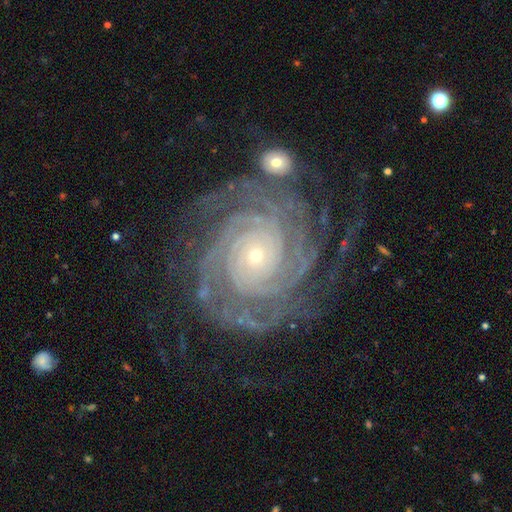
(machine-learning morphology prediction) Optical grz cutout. It shows a featured or disk galaxy (91%) with no bar (79%), 4 (22%) tight (85%) spiral arms (98%) and a small central bulge (81%). Merging: none (75%).